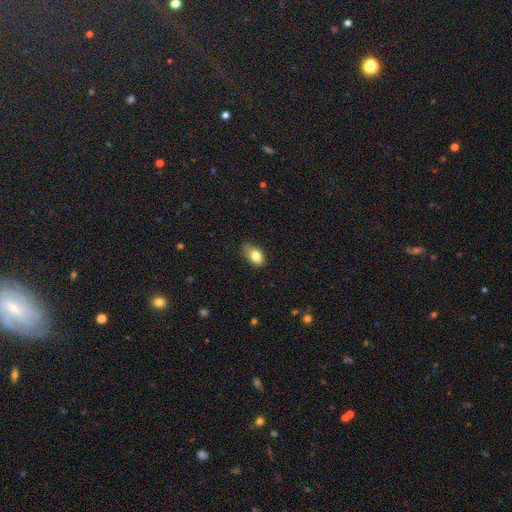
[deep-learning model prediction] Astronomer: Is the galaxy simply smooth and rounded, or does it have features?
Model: smooth — 80%.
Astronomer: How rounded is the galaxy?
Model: in between — 89%.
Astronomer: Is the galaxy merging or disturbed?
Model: none — 65%.